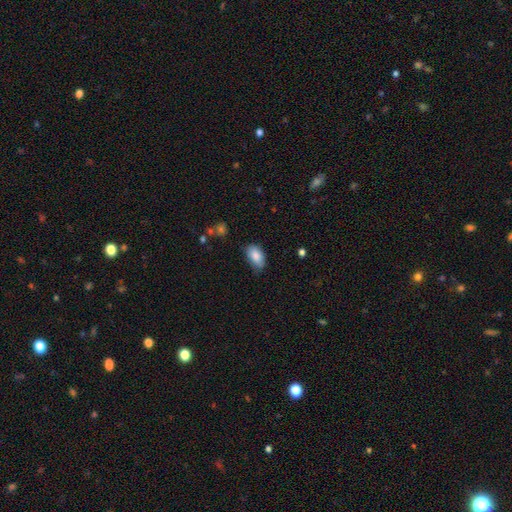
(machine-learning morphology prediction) Smooth or featured? Predicted: smooth (p=0.85). How rounded? Predicted: in between (p=0.93). Merging? Predicted: none (p=0.64).